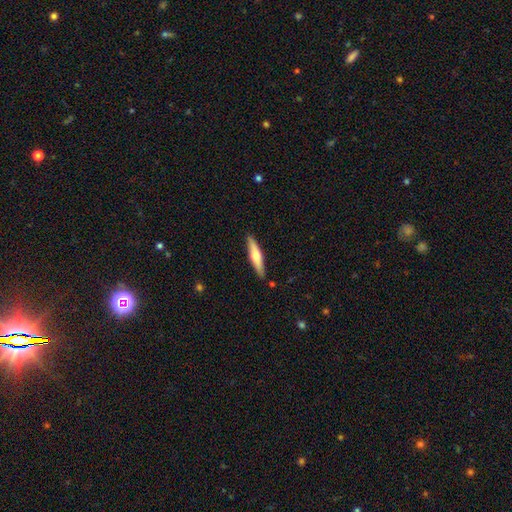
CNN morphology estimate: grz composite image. It shows a featured or disk galaxy (49%). Merging: none (89%).